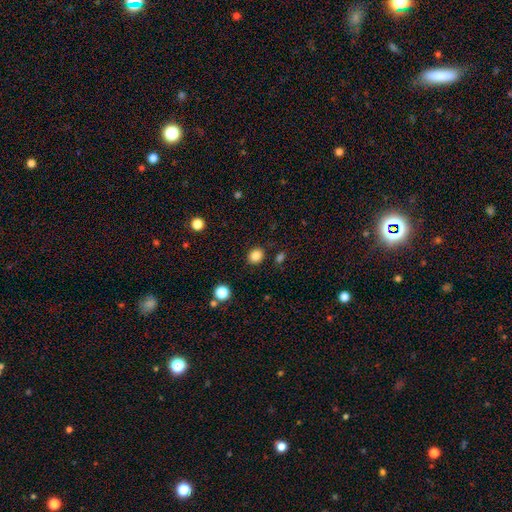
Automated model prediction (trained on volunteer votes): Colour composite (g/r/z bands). It shows a smooth galaxy with no disk features (85%) that is round (72%). Merging: none (87%).